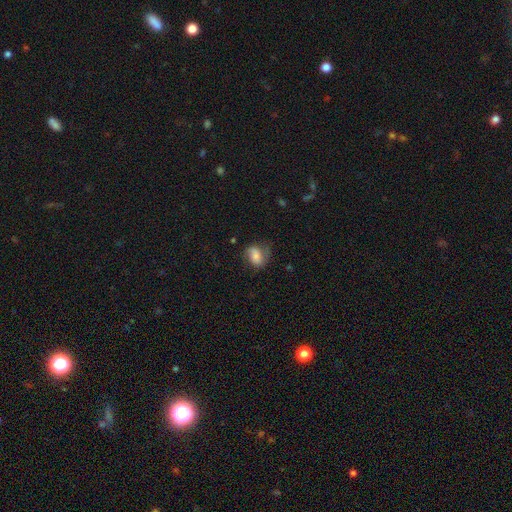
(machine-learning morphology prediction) smooth 64%, featured or disk 27%, star or artifact 9%. Down the decision tree: how rounded — in between (69%); merging — none (54%).